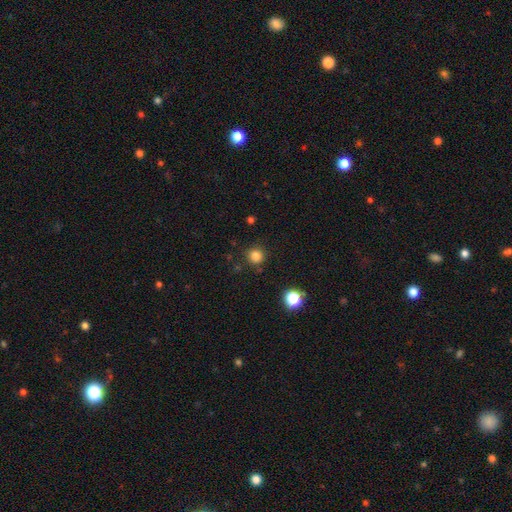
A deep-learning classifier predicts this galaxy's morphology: type=smooth (82%); roundness=round (93%); merging=none (86%).